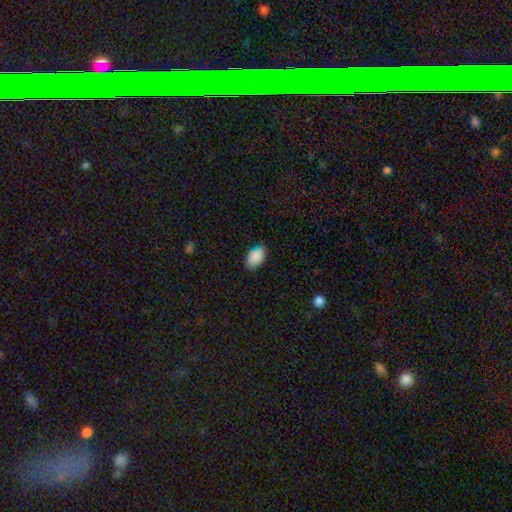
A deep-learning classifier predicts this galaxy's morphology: Q: Smooth or featured?
A: smooth (86%); runner-up: star or artifact (9%)
Q: How rounded?
A: in between (90%); runner-up: round (9%)
Q: Merging?
A: none (76%); runner-up: minor disturbance (19%)